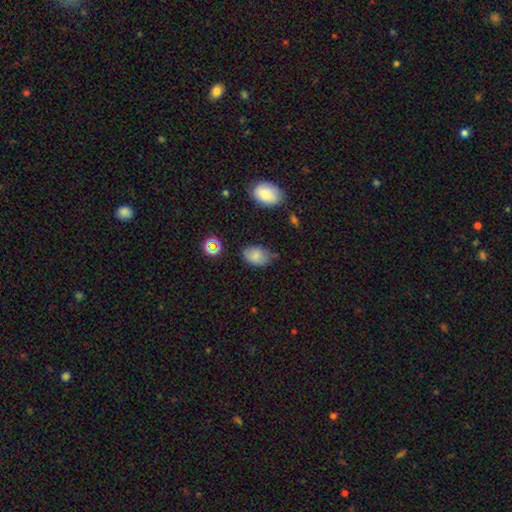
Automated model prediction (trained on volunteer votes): Q: Smooth or featured?
A: smooth (81%); runner-up: star or artifact (11%)
Q: How rounded?
A: in between (84%); runner-up: round (14%)
Q: Merging?
A: none (62%); runner-up: minor disturbance (28%)